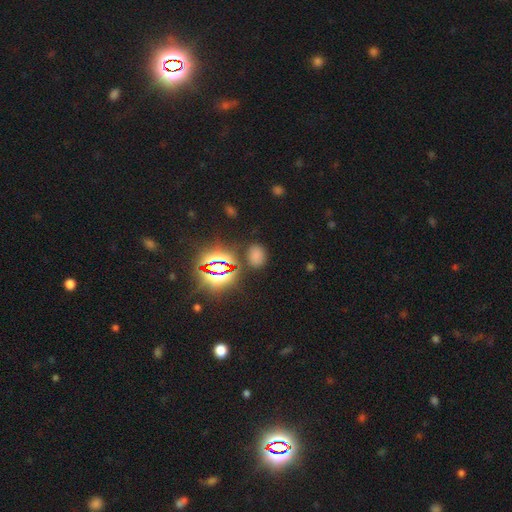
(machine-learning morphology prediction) The model was most divided on "smooth or featured": smooth: 61%, star or artifact: 33%, featured or disk: 6%. More confident: merging — none (80%); how rounded — in between (65%).